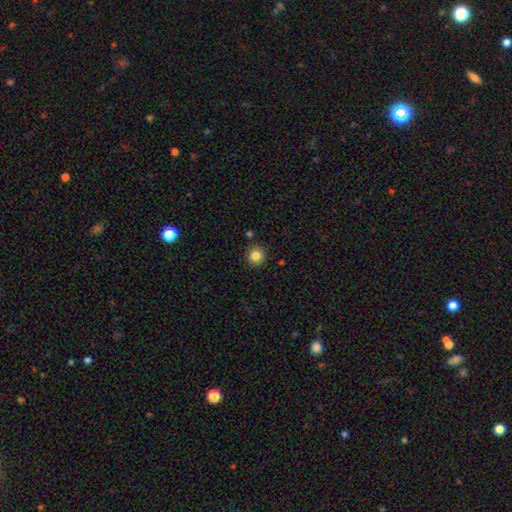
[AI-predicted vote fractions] Q: Smooth or featured?
A: smooth (83%); runner-up: star or artifact (11%)
Q: How rounded?
A: round (94%); runner-up: in between (5%)
Q: Merging?
A: none (90%); runner-up: minor disturbance (6%)